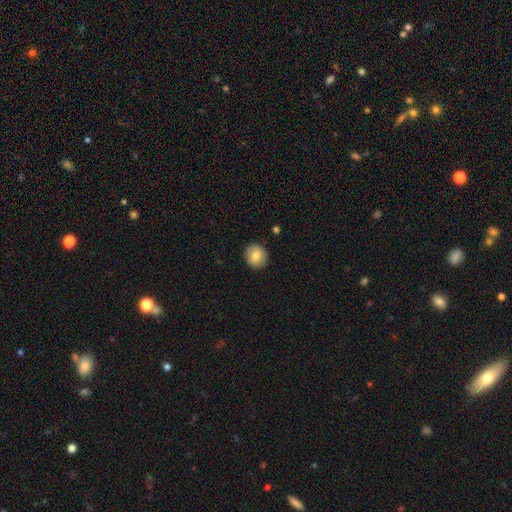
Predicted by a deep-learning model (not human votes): smooth_or_featured: smooth (p=0.79) [alt: featured or disk p=0.13]
how_rounded: round (p=0.86) [alt: in between p=0.13]
merging: none (p=0.90) [alt: minor disturbance p=0.07]